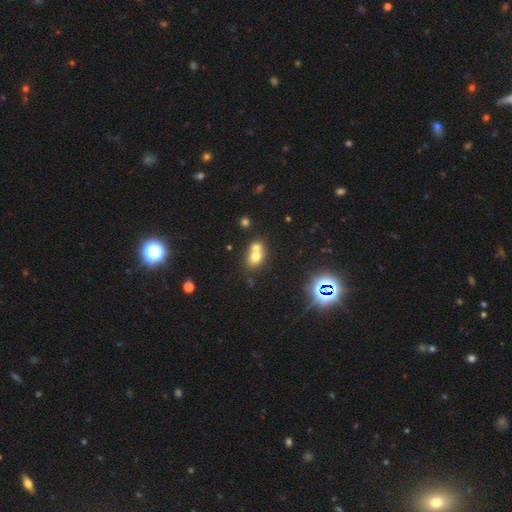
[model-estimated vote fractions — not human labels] smooth 68%, featured or disk 17%, star or artifact 15%. Down the decision tree: how rounded — round (50%); merging — merger (62%).